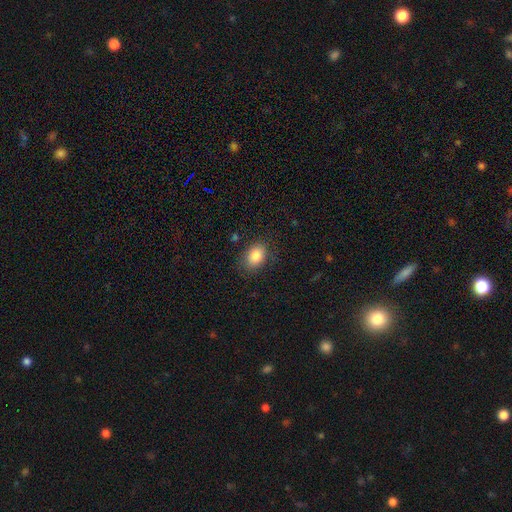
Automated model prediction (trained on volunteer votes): Morphology: type=smooth (87%); roundness=in between (76%); merging=none (81%).